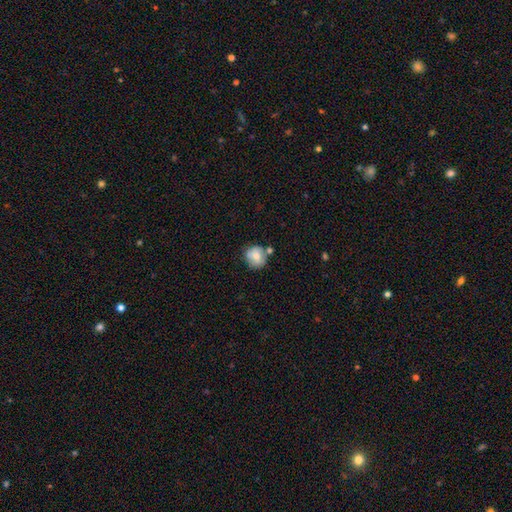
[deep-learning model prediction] smooth_or_featured: smooth (p=0.75) [alt: featured or disk p=0.17]
how_rounded: round (p=0.84) [alt: in between p=0.15]
merging: none (p=0.60) [alt: minor disturbance p=0.19]